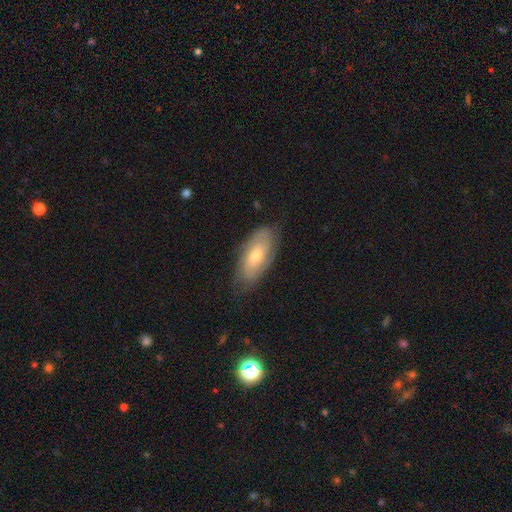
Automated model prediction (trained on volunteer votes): Smooth or featured: featured or disk — 58% (smooth — 35%)
Edge-on disk: no — 88% (yes — 12%)
Bar: no — 69% (weak — 26%)
Spiral arms: yes — 82% (no — 18%)
Bulge size: moderate — 52% (small — 40%)
Merging: none — 75% (minor disturbance — 19%)